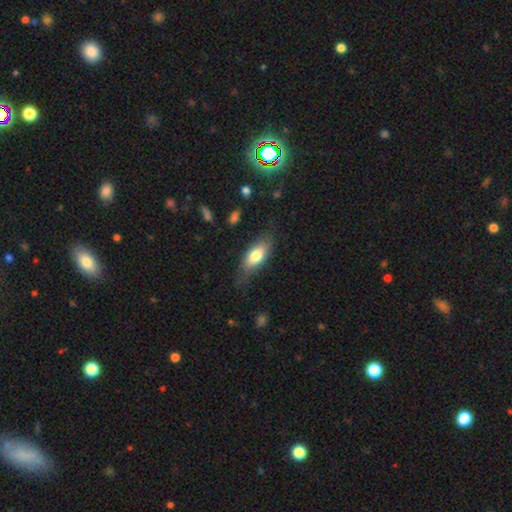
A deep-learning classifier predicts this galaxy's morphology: The model was most divided on "merging": none: 72%, minor disturbance: 20%, major disturbance: 6%, merger: 2%. More confident: how rounded — in between (78%); smooth or featured — smooth (73%).